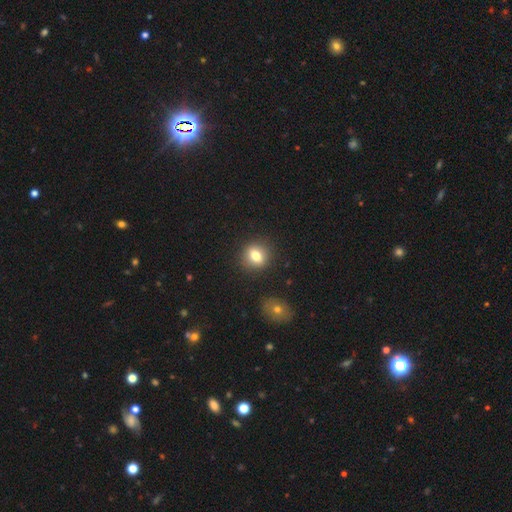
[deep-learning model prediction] Smooth or featured? Predicted: smooth (p=0.77). How rounded? Predicted: round (p=0.74). Merging? Predicted: none (p=0.88).